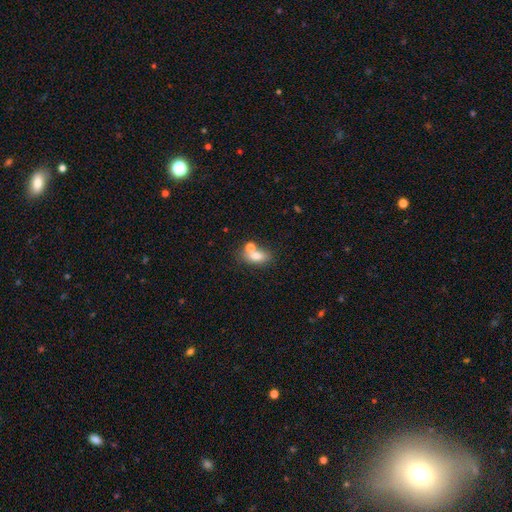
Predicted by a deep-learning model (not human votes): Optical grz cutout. It shows a smooth galaxy with no disk features (75%) that is in between round and cigar-shaped (79%). Merging: none (49%).